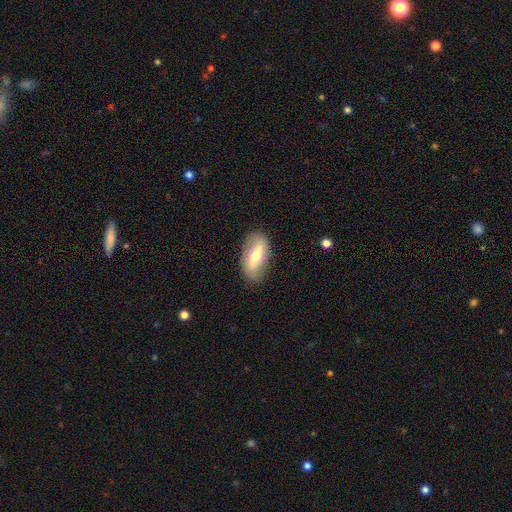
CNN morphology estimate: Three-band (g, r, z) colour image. It shows a smooth galaxy with no disk features (50%). Merging: none (84%).